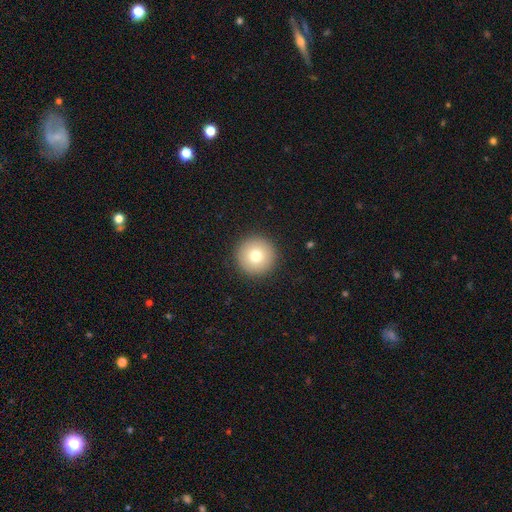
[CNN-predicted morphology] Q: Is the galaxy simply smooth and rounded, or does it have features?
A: smooth — 75%.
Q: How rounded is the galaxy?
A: round — 97%.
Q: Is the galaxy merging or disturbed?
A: none — 93%.